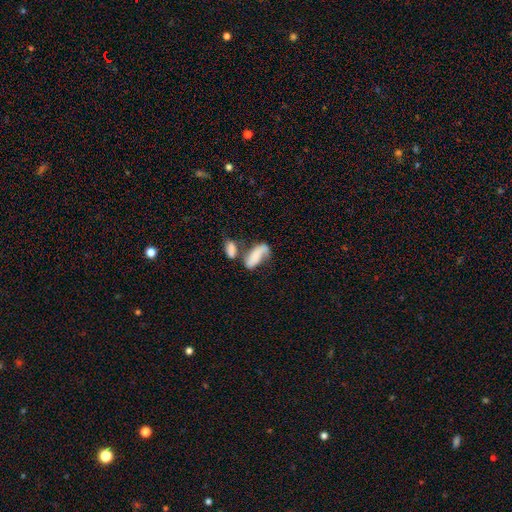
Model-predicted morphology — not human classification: The model was most divided on "merging": merger: 42%, none: 26%, minor disturbance: 18%, major disturbance: 15%. More confident: how rounded — in between (77%); smooth or featured — smooth (61%).